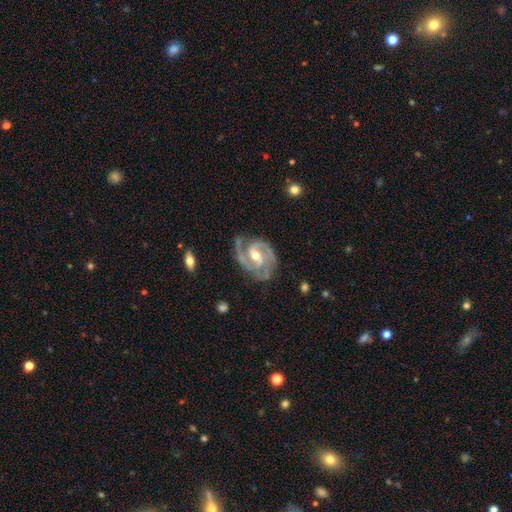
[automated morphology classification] The model was most divided on "spiral winding": medium: 51%, tight: 41%, loose: 8%. Remaining: spiral arms — yes (98%); edge-on disk — no (98%); smooth or featured — featured or disk (93%); merging — none (71%); spiral arm count — 2 (71%); bulge size — moderate (63%); bar — weak (46%).